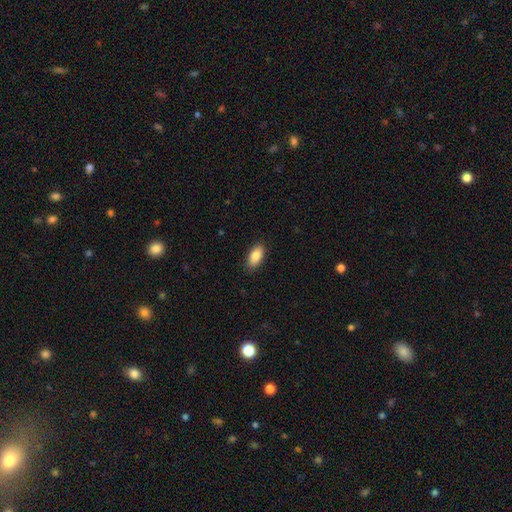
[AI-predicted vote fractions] Overall: smooth (85%). How rounded: in between (91%). Merging: none (89%).